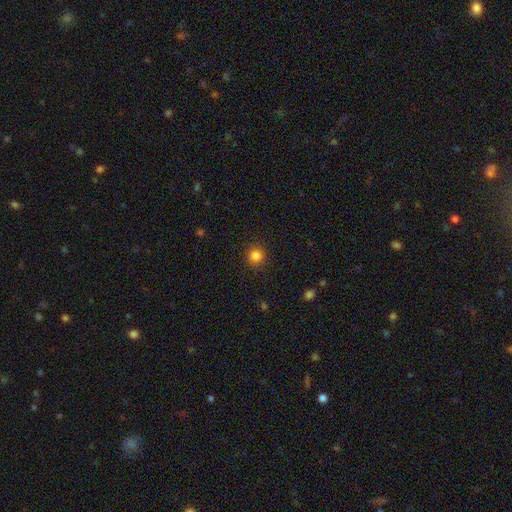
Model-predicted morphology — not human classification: The model was most divided on "smooth or featured": smooth: 84%, star or artifact: 12%, featured or disk: 4%. More confident: how rounded — round (94%); merging — none (91%).